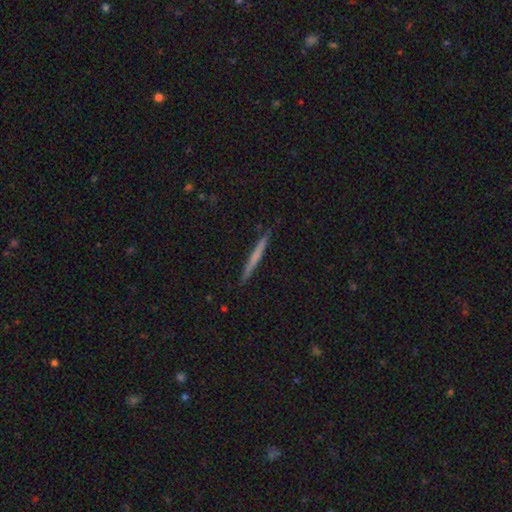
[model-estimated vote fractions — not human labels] Smooth or featured?
  - smooth: 55% *
  - featured or disk: 40%
  - star or artifact: 5%
How rounded?
  - cigar-shaped: 97% *
  - in between: 2%
  - round: 1%
Merging?
  - none: 91% *
  - minor disturbance: 7%
  - major disturbance: 1%
  - merger: 1%